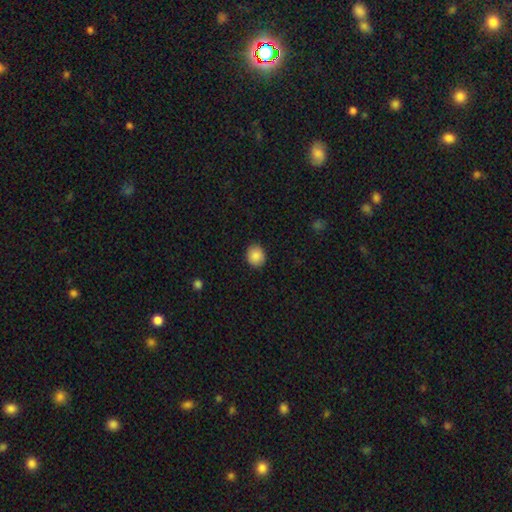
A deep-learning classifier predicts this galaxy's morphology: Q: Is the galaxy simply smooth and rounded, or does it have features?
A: smooth — 88%.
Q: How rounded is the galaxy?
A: round — 77%.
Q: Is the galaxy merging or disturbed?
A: none — 90%.